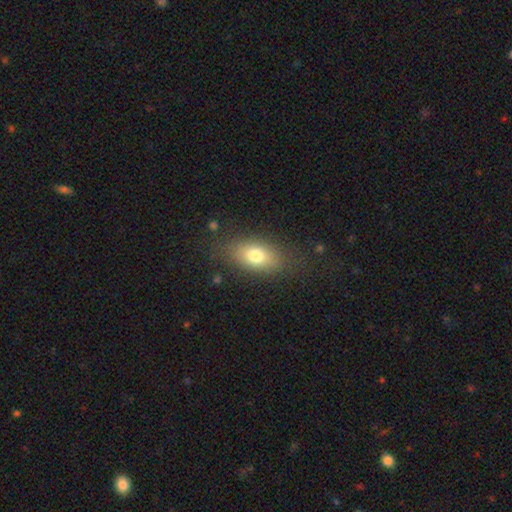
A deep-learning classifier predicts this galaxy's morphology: smooth 75%, featured or disk 15%, star or artifact 10%. Down the decision tree: how rounded — in between (83%); merging — none (80%).